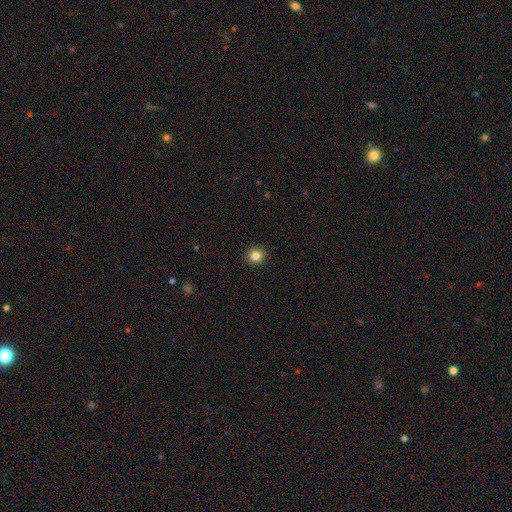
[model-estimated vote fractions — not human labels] Overall: smooth (84%). How rounded: round (89%). Merging: none (92%).